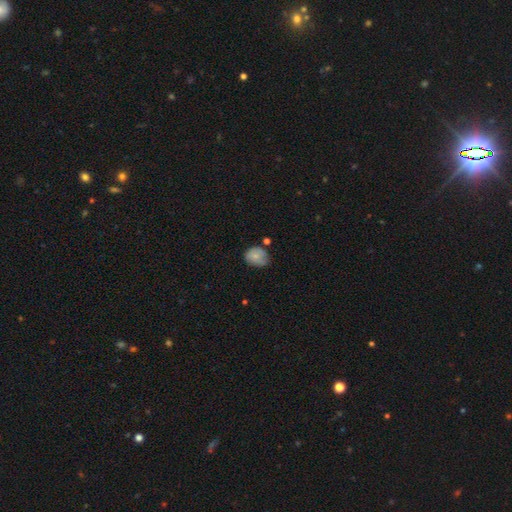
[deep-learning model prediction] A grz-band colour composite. It shows a smooth galaxy with no disk features (76%) that is round (51%). Merging: none (52%).